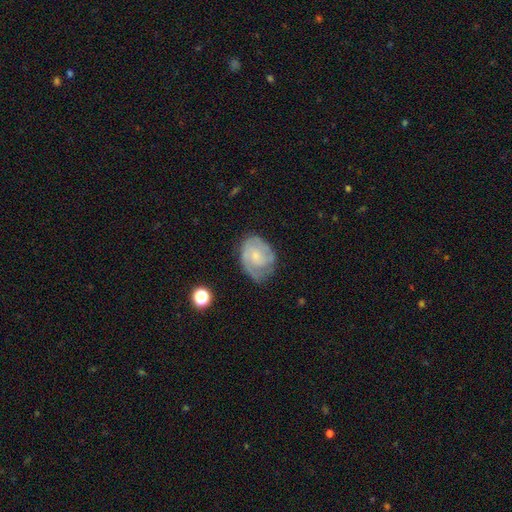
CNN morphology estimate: type=featured or disk (67%); edge-on=no (97%); bar=no (64%); spiral arms=yes (88%); winding=tight (50%); arm count=2 (46%); bulge=small (62%); merging=none (59%).